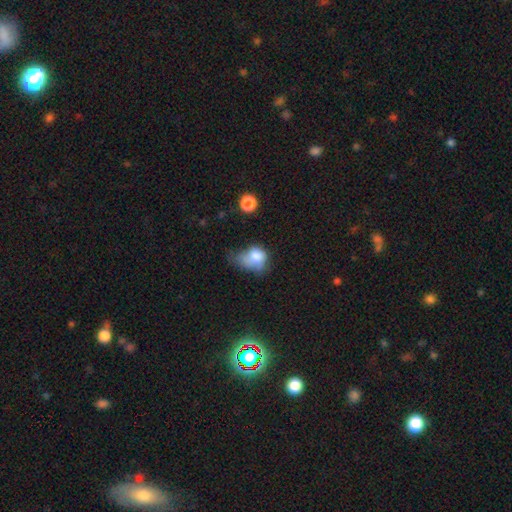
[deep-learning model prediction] A smooth galaxy with no disk features (75%) that is in between round and cigar-shaped (56%).

Vote fractions:
- Smooth or featured? smooth: 75% / featured or disk: 15% / star or artifact: 11%
- How rounded? in between: 56% / round: 42% / cigar-shaped: 1%
- Merging? major disturbance: 38% / minor disturbance: 33% / none: 19% / merger: 10%